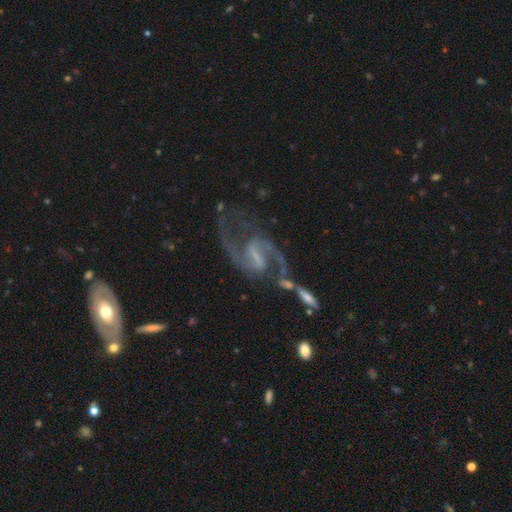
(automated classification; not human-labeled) Smooth or featured: featured or disk — 91% (star or artifact — 5%)
Edge-on disk: no — 97% (yes — 3%)
Bar: weak — 47% (strong — 41%)
Spiral arms: yes — 97% (no — 3%)
Spiral winding: medium — 51% (loose — 38%)
Spiral arm count: 2 — 93% (can't tell — 2%)
Bulge size: small — 44% (none — 37%)
Merging: none — 58% (minor disturbance — 16%)